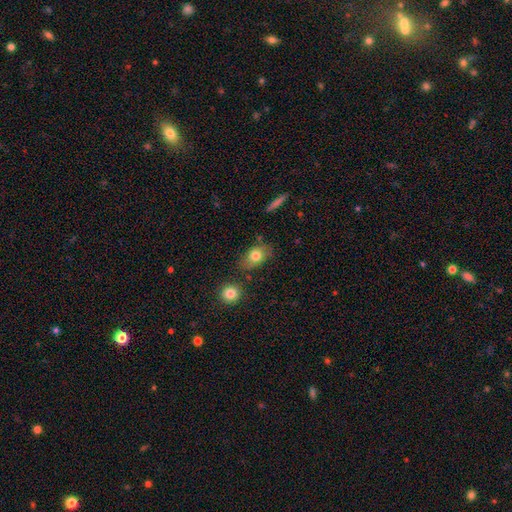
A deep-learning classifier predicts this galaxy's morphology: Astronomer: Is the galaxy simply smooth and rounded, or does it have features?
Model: smooth — 77%.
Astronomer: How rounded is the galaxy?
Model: in between — 78%.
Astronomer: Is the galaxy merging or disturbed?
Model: none — 72%.